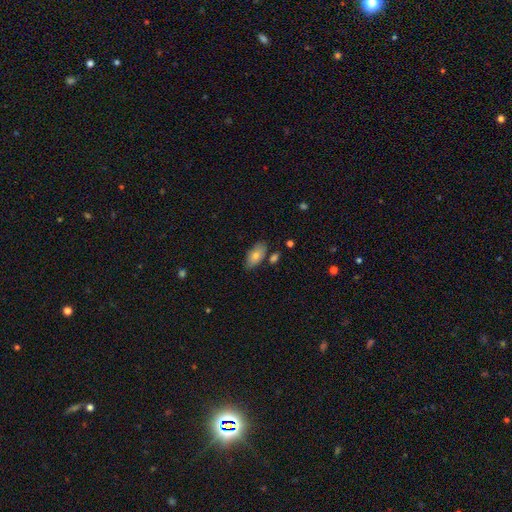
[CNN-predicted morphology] Smooth or featured?
  - smooth: 75% *
  - featured or disk: 18%
  - star or artifact: 7%
How rounded?
  - in between: 90% *
  - cigar-shaped: 6%
  - round: 4%
Merging?
  - none: 77% *
  - minor disturbance: 14%
  - merger: 6%
  - major disturbance: 3%